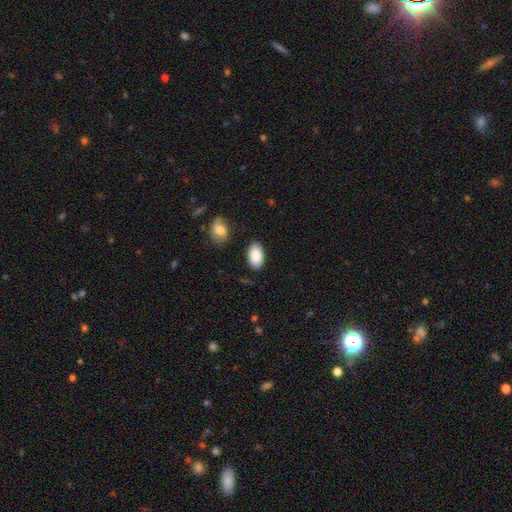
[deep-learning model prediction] smooth-or-featured: smooth: 88% | star or artifact: 6% | featured or disk: 6%
  how-rounded: in between: 94% | round: 4% | cigar-shaped: 1%
  merging: none: 86% | minor disturbance: 10% | merger: 2% | major disturbance: 2%